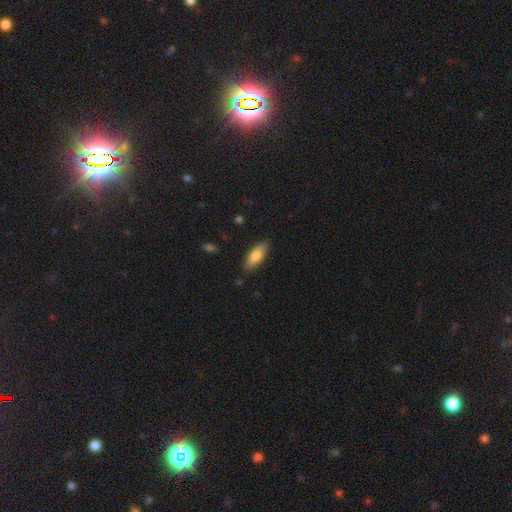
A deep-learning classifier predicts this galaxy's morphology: type=smooth (78%); roundness=in between (72%); merging=none (85%).